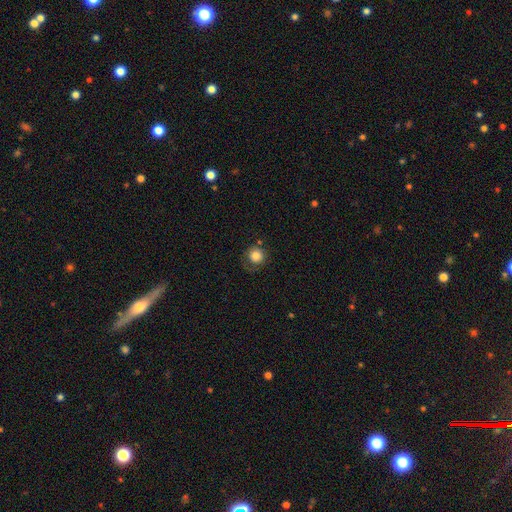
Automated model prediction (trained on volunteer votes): A smooth galaxy with no disk features (82%) that is round (91%).

Vote fractions:
- Smooth or featured? smooth: 82% / star or artifact: 9% / featured or disk: 9%
- How rounded? round: 91% / in between: 8% / cigar-shaped: 1%
- Merging? none: 65% / minor disturbance: 19% / major disturbance: 12% / merger: 3%